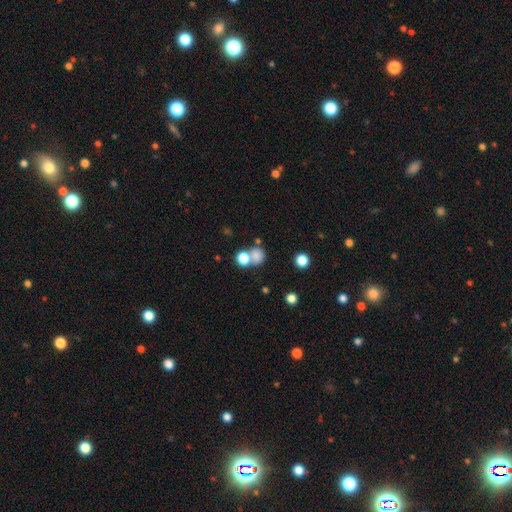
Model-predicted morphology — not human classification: Smooth or featured: smooth — 77% (star or artifact — 14%)
How rounded: round — 76% (in between — 23%)
Merging: none — 46% (merger — 39%)